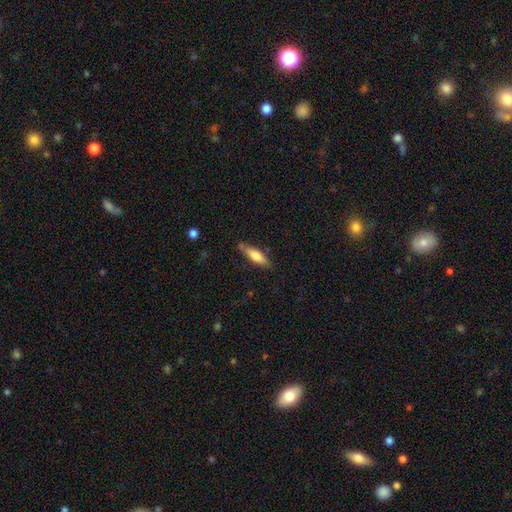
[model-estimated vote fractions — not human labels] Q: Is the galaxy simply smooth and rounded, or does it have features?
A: smooth — 65%.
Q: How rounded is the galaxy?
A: cigar-shaped — 63%.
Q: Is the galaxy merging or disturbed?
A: none — 76%.